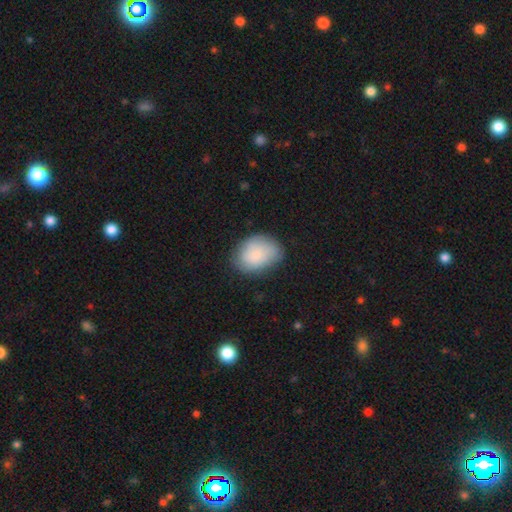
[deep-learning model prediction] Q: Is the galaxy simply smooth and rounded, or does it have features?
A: smooth — 80%.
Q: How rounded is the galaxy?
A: in between — 72%.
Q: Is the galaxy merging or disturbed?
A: none — 72%.